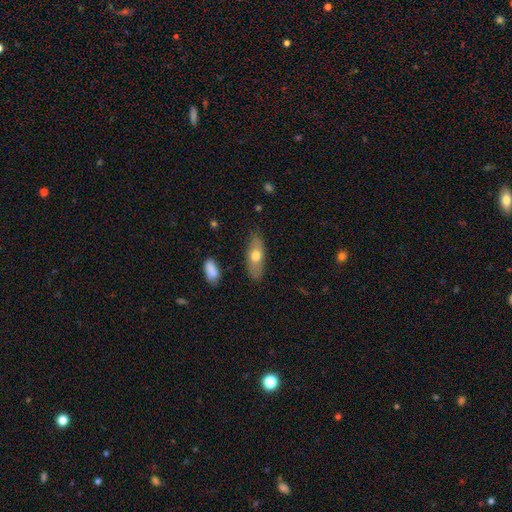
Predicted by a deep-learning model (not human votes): smooth_or_featured: smooth (p=0.64) [alt: featured or disk p=0.30]
how_rounded: in between (p=0.70) [alt: cigar-shaped p=0.26]
merging: none (p=0.81) [alt: minor disturbance p=0.14]